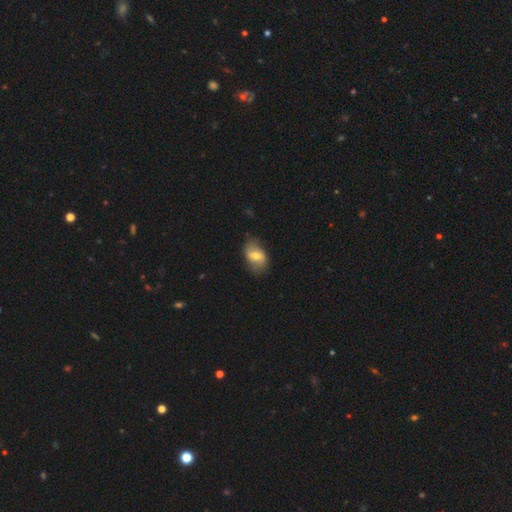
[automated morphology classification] Smooth or featured?
  - smooth: 58% *
  - featured or disk: 35%
  - star or artifact: 7%
How rounded?
  - in between: 84% *
  - round: 14%
  - cigar-shaped: 2%
Merging?
  - none: 71% *
  - minor disturbance: 21%
  - major disturbance: 6%
  - merger: 1%